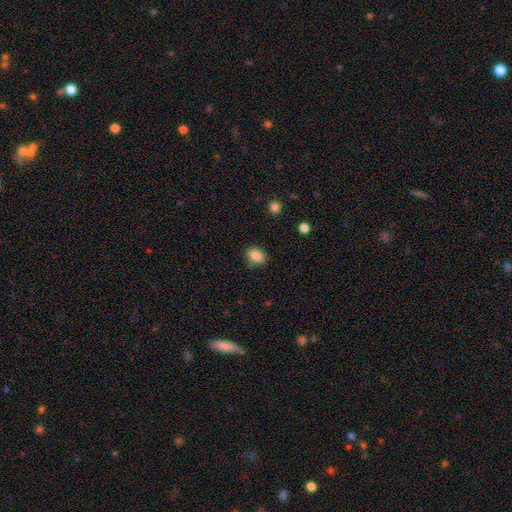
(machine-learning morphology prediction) Smooth or featured?
  - smooth: 85% *
  - star or artifact: 9%
  - featured or disk: 6%
How rounded?
  - in between: 69% *
  - round: 30%
  - cigar-shaped: 1%
Merging?
  - none: 78% *
  - minor disturbance: 16%
  - major disturbance: 3%
  - merger: 3%